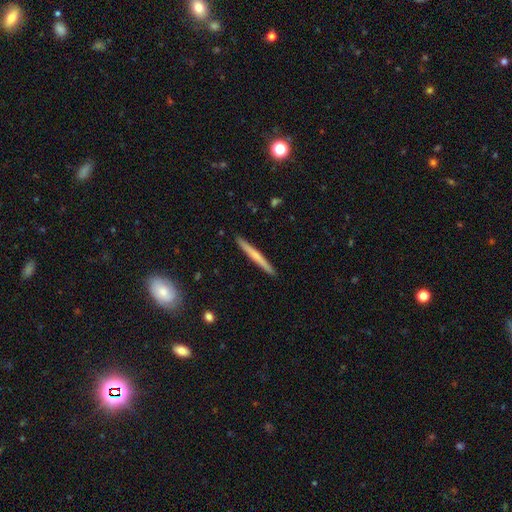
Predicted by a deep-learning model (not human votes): smooth_or_featured: smooth (p=0.54) [alt: featured or disk p=0.40]
how_rounded: cigar-shaped (p=0.97) [alt: in between p=0.02]
merging: none (p=0.92) [alt: minor disturbance p=0.05]